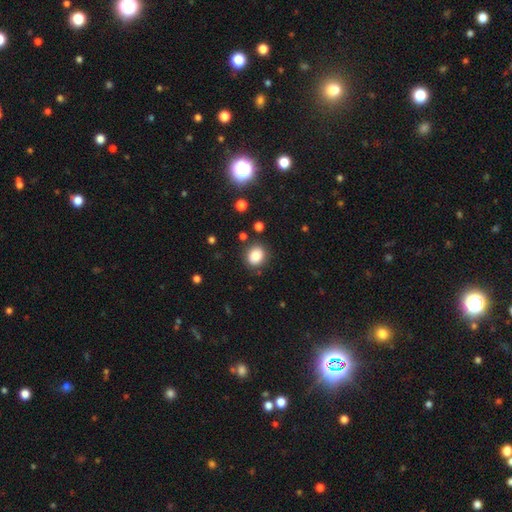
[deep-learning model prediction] Smooth or featured: smooth — 84% (star or artifact — 10%)
How rounded: round — 71% (in between — 28%)
Merging: none — 85% (minor disturbance — 10%)